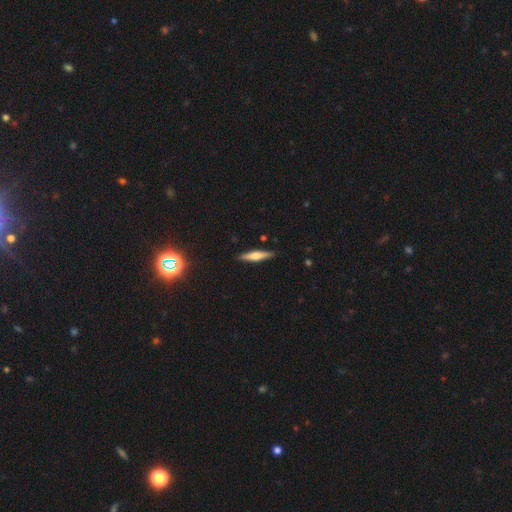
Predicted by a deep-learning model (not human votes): This appears to be a smooth galaxy with no disk features (49%). Merging: none (89%).